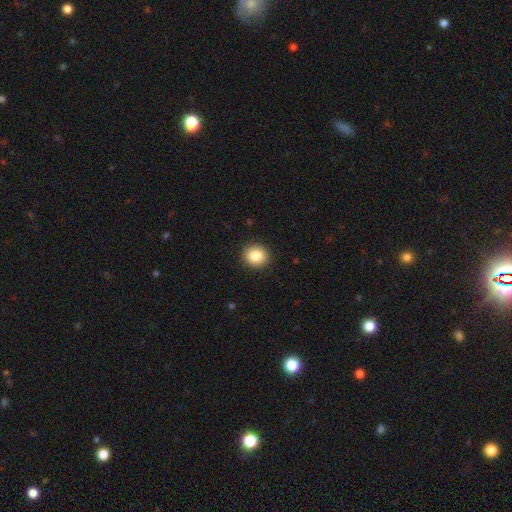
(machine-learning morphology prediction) type=smooth (85%); roundness=round (83%); merging=none (92%).